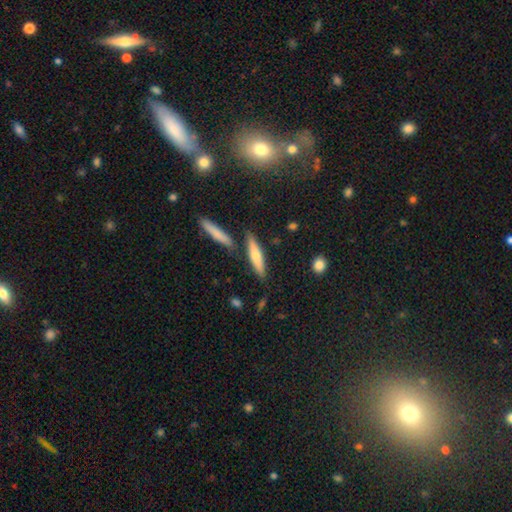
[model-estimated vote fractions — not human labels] smooth 64%, featured or disk 30%, star or artifact 6%. Down the decision tree: how rounded — cigar-shaped (80%); merging — none (77%).